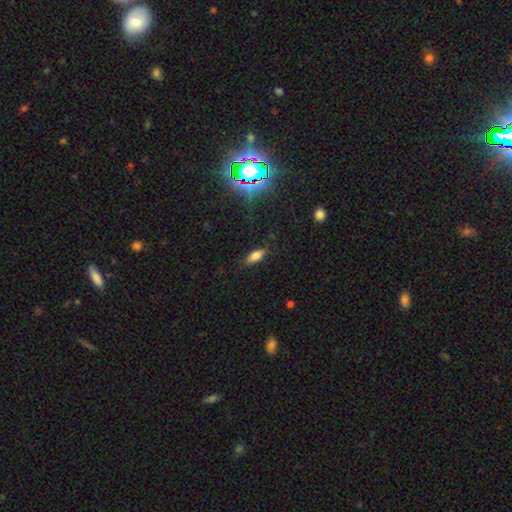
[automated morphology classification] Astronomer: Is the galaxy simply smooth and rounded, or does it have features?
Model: smooth — 75%.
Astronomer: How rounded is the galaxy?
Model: in between — 77%.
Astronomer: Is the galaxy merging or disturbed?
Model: none — 83%.